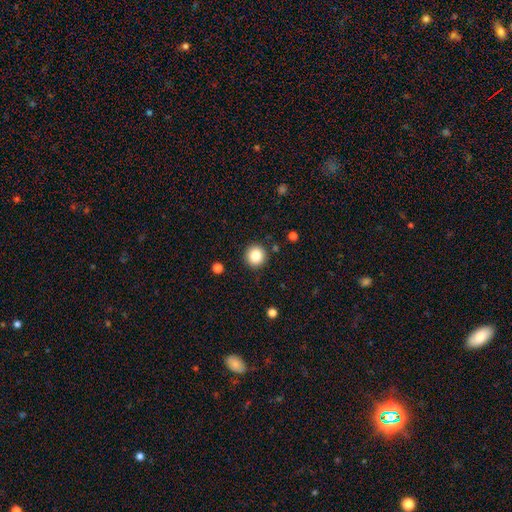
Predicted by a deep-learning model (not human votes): Q: Smooth or featured?
A: smooth (84%); runner-up: star or artifact (10%)
Q: How rounded?
A: round (94%); runner-up: in between (5%)
Q: Merging?
A: none (90%); runner-up: minor disturbance (6%)